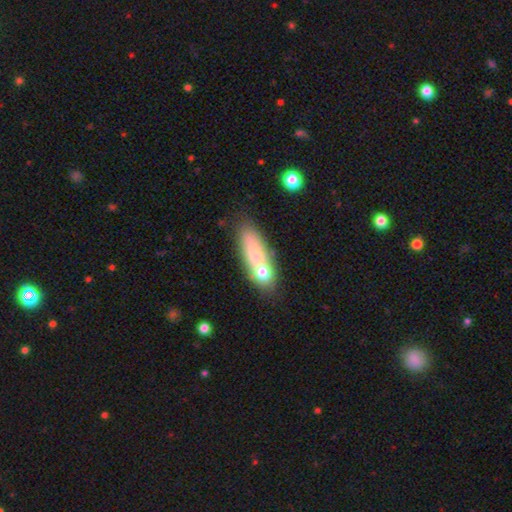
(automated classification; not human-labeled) Smooth or featured: smooth — 63% (featured or disk — 28%)
How rounded: in between — 58% (cigar-shaped — 36%)
Merging: none — 45% (merger — 36%)